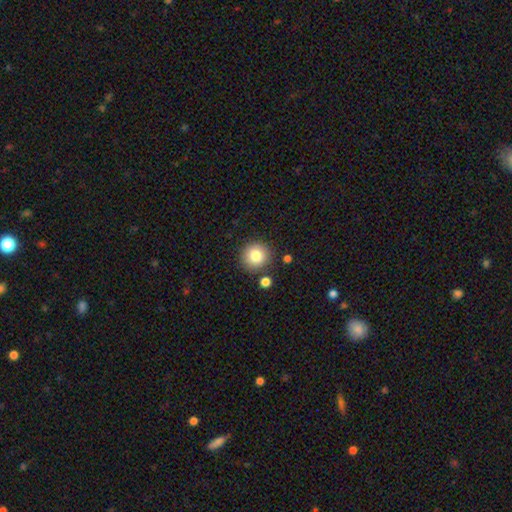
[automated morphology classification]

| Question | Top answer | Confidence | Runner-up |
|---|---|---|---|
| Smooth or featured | smooth | 81% | star or artifact (10%) |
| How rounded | round | 93% | in between (6%) |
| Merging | none | 85% | minor disturbance (8%) |